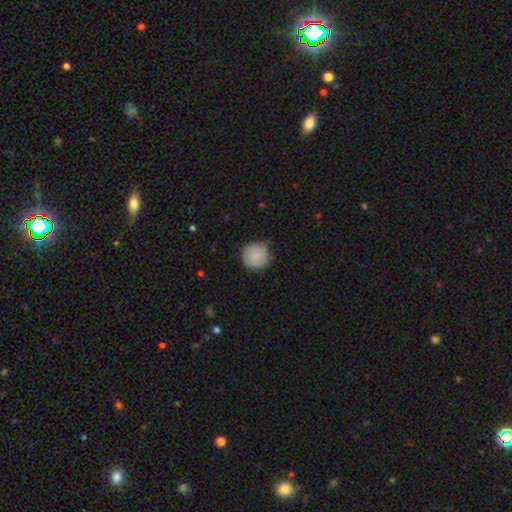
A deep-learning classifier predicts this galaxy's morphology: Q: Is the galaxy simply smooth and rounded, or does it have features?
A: smooth — 82%.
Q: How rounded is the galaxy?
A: round — 94%.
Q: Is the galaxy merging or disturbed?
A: none — 79%.